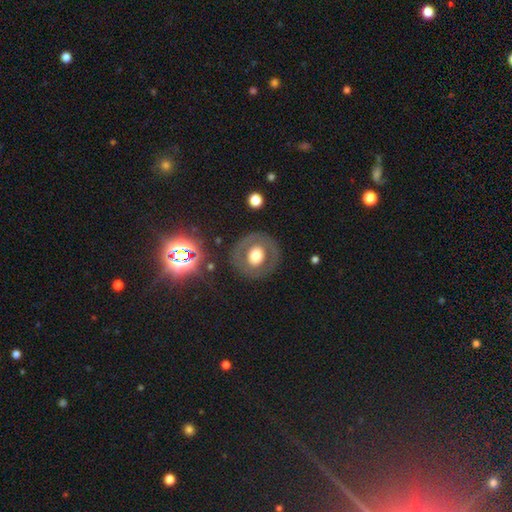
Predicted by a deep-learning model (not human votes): This appears to be a smooth galaxy with no disk features (48%). Merging: none (81%).